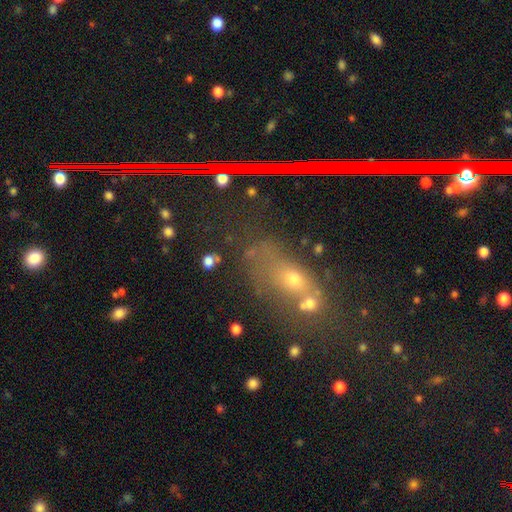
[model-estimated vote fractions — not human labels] Smooth or featured?
  - star or artifact: 41% *
  - smooth: 40%
  - featured or disk: 19%